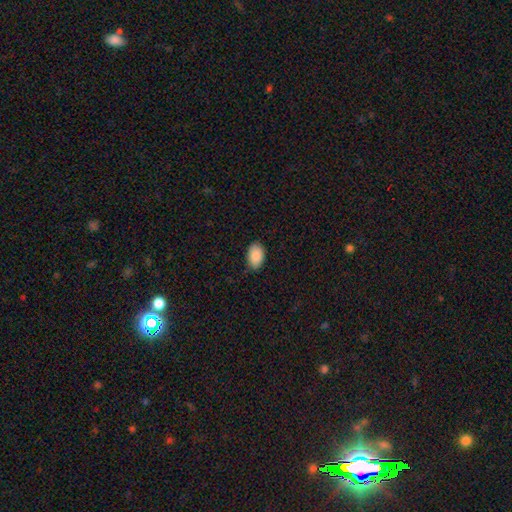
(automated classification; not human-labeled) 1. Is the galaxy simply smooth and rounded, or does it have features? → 90% smooth, 7% star or artifact, 3% featured or disk.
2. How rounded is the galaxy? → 92% in between, 7% round, 1% cigar-shaped.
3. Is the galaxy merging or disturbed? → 82% none, 14% minor disturbance, 2% major disturbance, 1% merger.